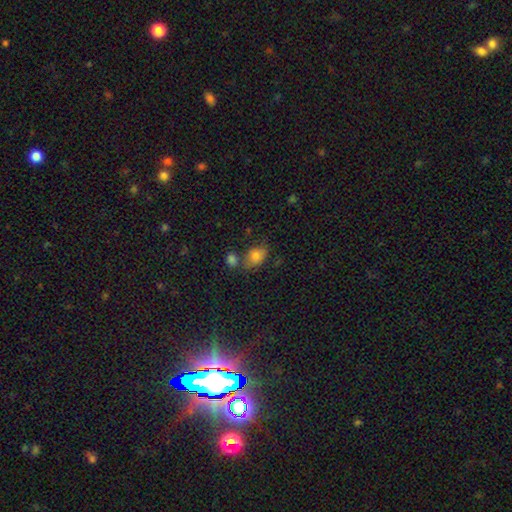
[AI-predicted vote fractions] Smooth or featured: smooth — 79% (featured or disk — 11%)
How rounded: in between — 77% (round — 22%)
Merging: none — 55% (minor disturbance — 20%)